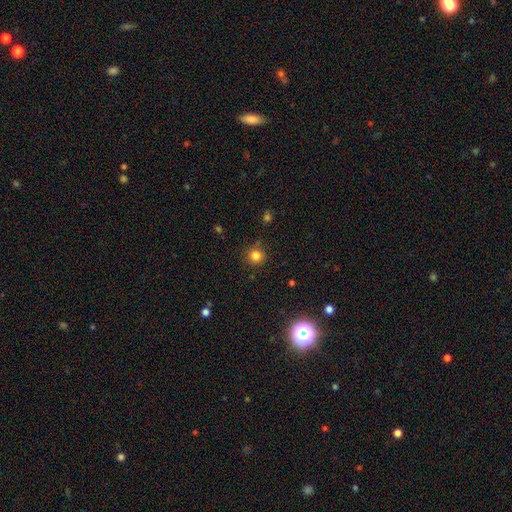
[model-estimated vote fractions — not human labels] Overall: smooth (81%). How rounded: round (92%). Merging: none (85%).